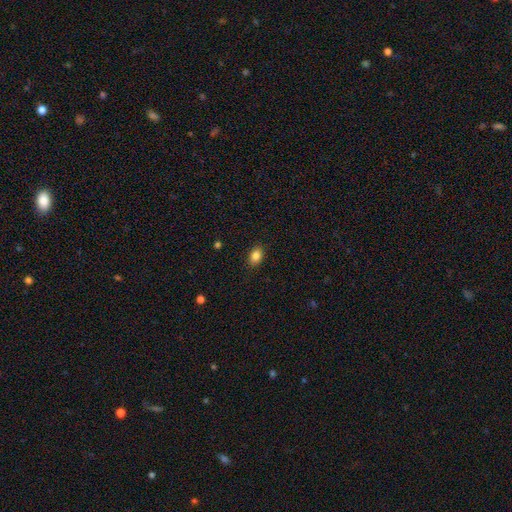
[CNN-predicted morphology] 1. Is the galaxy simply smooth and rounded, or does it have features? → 85% smooth, 9% star or artifact, 5% featured or disk.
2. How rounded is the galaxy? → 79% in between, 19% round, 1% cigar-shaped.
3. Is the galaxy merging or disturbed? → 88% none, 9% minor disturbance, 2% major disturbance, 1% merger.